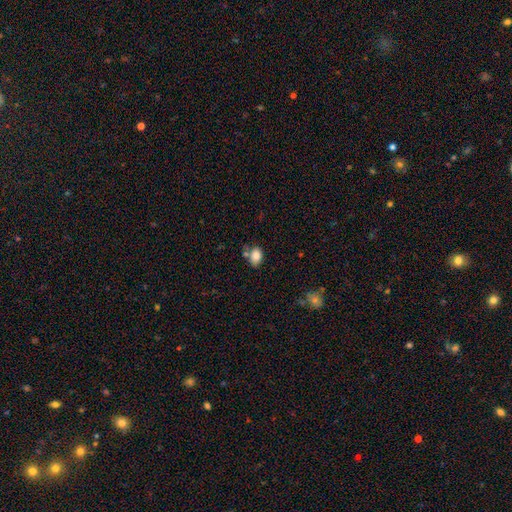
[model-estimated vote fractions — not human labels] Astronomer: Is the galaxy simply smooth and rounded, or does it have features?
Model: smooth — 84%.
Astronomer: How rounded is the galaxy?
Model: in between — 79%.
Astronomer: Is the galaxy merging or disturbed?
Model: none — 58%.